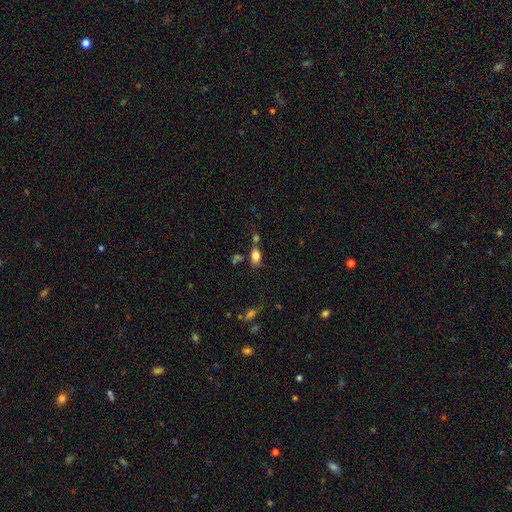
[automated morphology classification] Smooth or featured?
  - smooth: 81% *
  - star or artifact: 10%
  - featured or disk: 9%
How rounded?
  - in between: 87% *
  - round: 10%
  - cigar-shaped: 3%
Merging?
  - none: 62% *
  - merger: 16%
  - minor disturbance: 16%
  - major disturbance: 6%